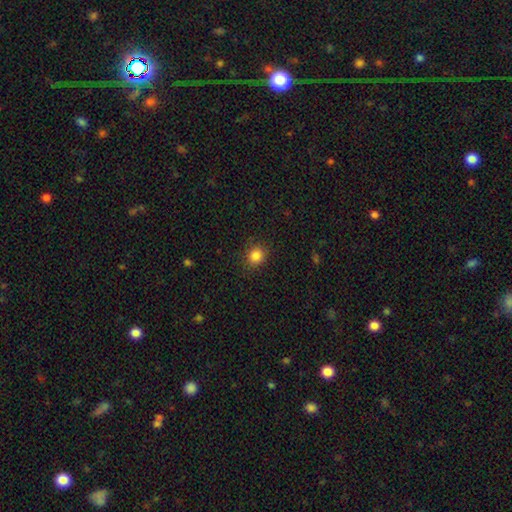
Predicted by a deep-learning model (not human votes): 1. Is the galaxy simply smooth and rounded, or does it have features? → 85% smooth, 11% star or artifact, 4% featured or disk.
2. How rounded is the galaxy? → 82% round, 18% in between, 1% cigar-shaped.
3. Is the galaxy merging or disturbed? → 87% none, 9% minor disturbance, 3% major disturbance, 1% merger.